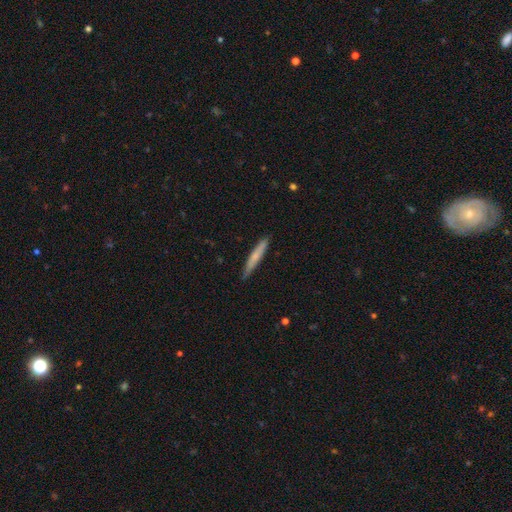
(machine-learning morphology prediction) smooth_or_featured: smooth (p=0.60) [alt: featured or disk p=0.34]
how_rounded: cigar-shaped (p=0.95) [alt: in between p=0.04]
merging: none (p=0.85) [alt: minor disturbance p=0.12]